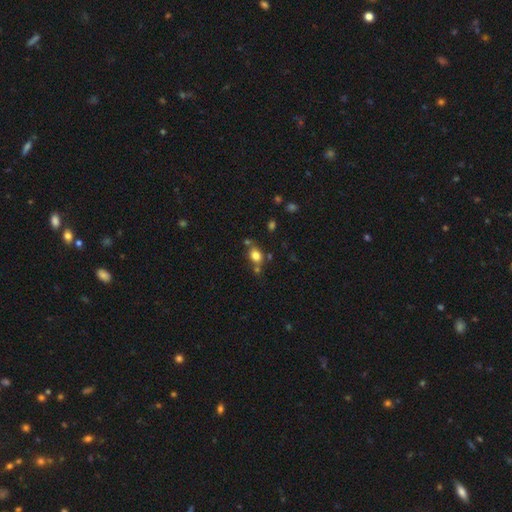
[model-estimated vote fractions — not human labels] Q: Smooth or featured?
A: smooth (78%); runner-up: star or artifact (12%)
Q: How rounded?
A: in between (55%); runner-up: round (43%)
Q: Merging?
A: none (61%); runner-up: merger (17%)